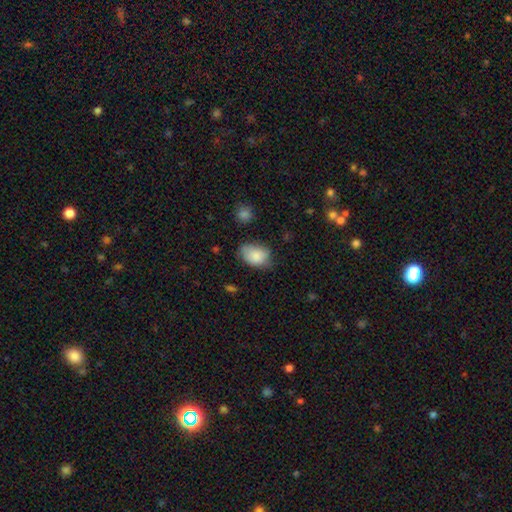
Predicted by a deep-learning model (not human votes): Smooth or featured? smooth (85%)
How rounded? in between (83%)
Merging? none (55%)